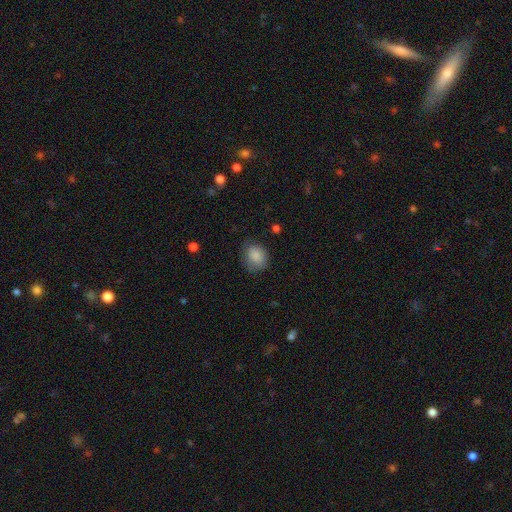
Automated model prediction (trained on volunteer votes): smooth 86%, star or artifact 8%, featured or disk 6%. Down the decision tree: how rounded — round (52%); merging — none (72%).